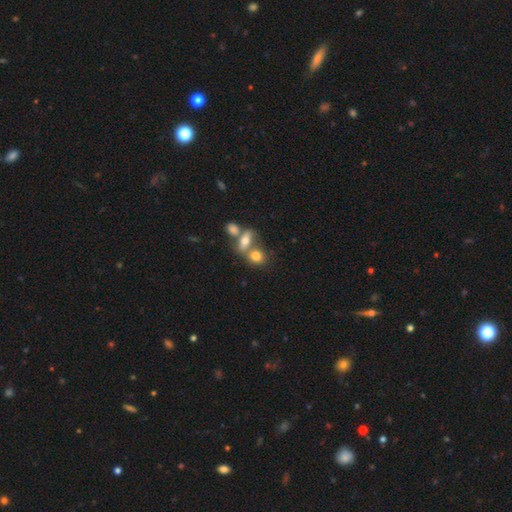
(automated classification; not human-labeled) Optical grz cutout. It shows a smooth galaxy with no disk features (74%) that is round (51%). Merging: merger (48%).